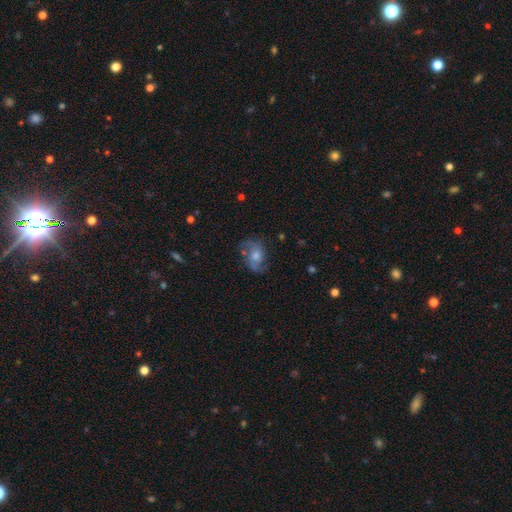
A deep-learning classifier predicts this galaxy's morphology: Overall: featured or disk (58%; smooth 30%). Edge-on disk: no (96%). Bar: no (70%). Spiral arms: yes (81%). Bulge size: moderate (58%; small 21%). Merging: none (63%).